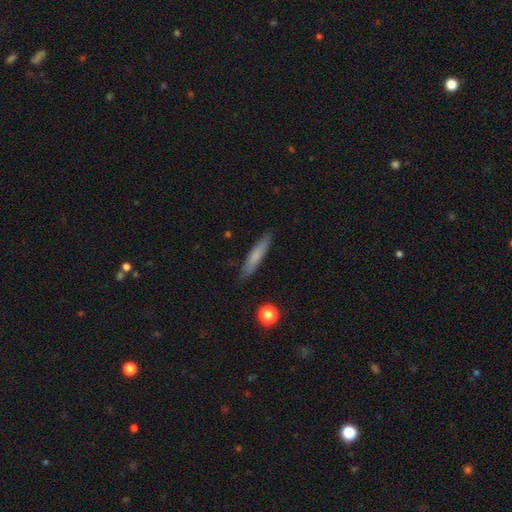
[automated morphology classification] Smooth or featured? smooth (70%)
How rounded? cigar-shaped (90%)
Merging? none (87%)